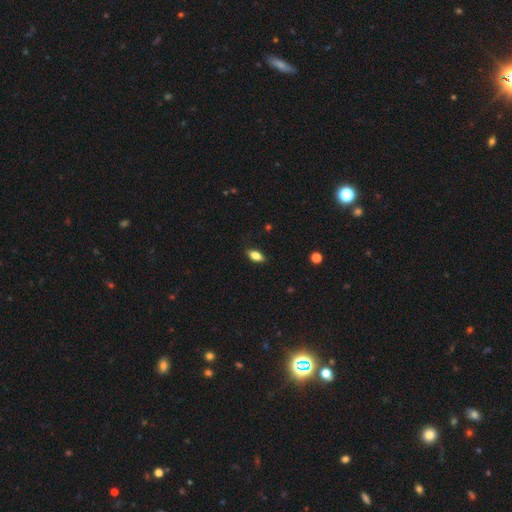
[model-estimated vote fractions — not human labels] Morphology: type=smooth (80%); roundness=in between (86%); merging=none (85%).